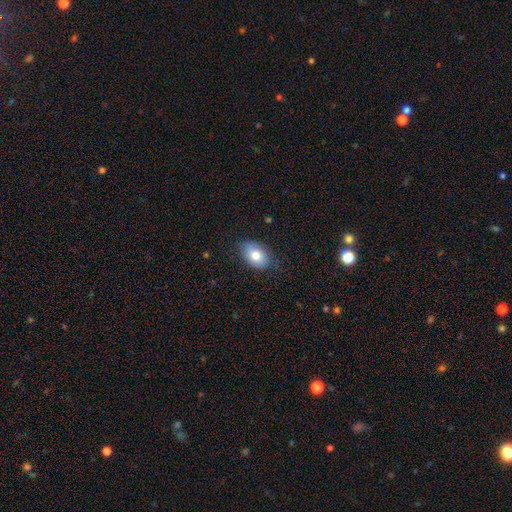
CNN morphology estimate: A smooth galaxy with no disk features (80%) that is in between round and cigar-shaped (86%).

Vote fractions:
- Smooth or featured? smooth: 80% / featured or disk: 12% / star or artifact: 8%
- How rounded? in between: 86% / round: 13% / cigar-shaped: 1%
- Merging? none: 80% / minor disturbance: 16% / major disturbance: 3% / merger: 1%